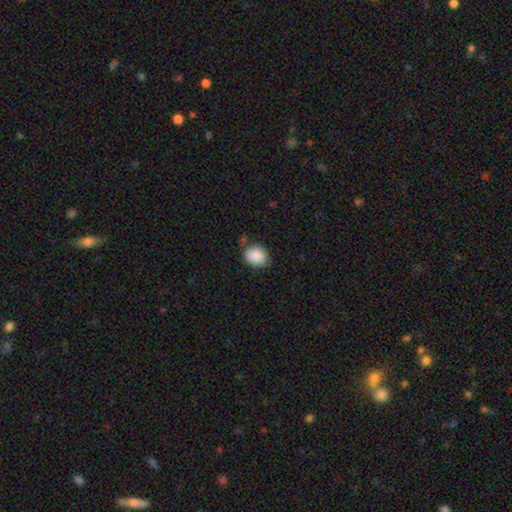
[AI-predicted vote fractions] Morphology: type=smooth (88%); roundness=round (59%); merging=none (75%).